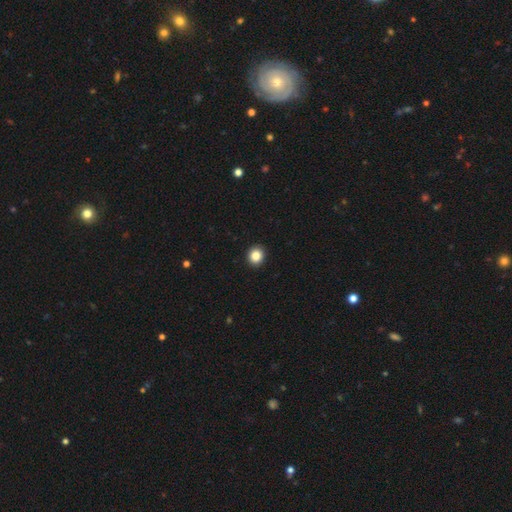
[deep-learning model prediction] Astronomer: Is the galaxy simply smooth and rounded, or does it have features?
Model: smooth — 86%.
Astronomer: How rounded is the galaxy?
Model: round — 83%.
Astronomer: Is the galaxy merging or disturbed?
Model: none — 93%.